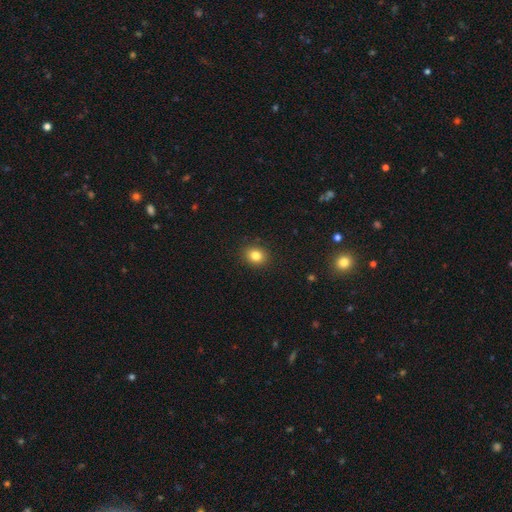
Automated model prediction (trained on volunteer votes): Smooth or featured? Predicted: smooth (p=0.82). How rounded? Predicted: round (p=0.64). Merging? Predicted: none (p=0.89).